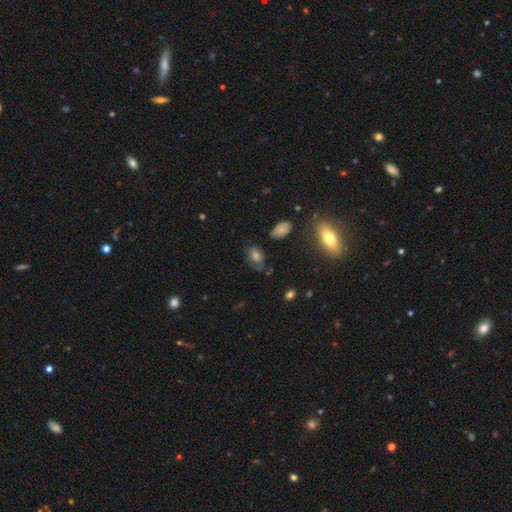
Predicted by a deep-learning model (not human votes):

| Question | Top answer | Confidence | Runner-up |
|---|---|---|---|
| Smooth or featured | smooth | 51% | featured or disk (33%) |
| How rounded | in between | 82% | round (16%) |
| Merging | none | 60% | minor disturbance (24%) |